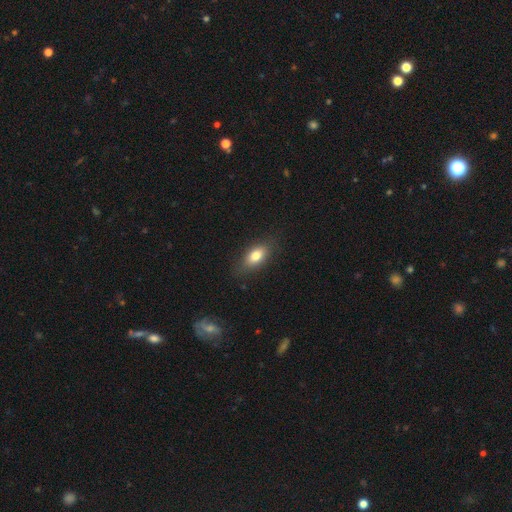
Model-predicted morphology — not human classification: type=smooth (77%); roundness=in between (84%); merging=none (82%).